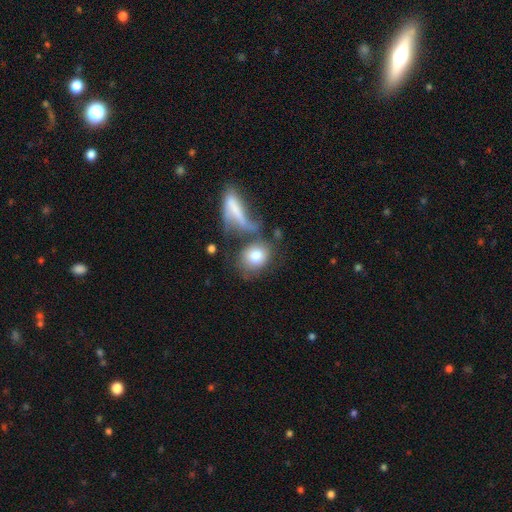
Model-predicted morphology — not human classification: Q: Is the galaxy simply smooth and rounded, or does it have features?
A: smooth — 77%.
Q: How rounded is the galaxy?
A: round — 56%.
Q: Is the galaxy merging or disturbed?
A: none — 39%.